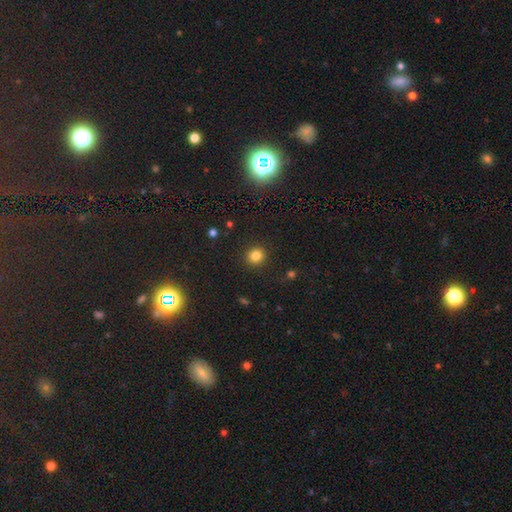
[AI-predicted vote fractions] Smooth or featured?
  - smooth: 82% *
  - star or artifact: 13%
  - featured or disk: 5%
How rounded?
  - round: 88% *
  - in between: 11%
  - cigar-shaped: 1%
Merging?
  - none: 90% *
  - minor disturbance: 6%
  - major disturbance: 2%
  - merger: 1%